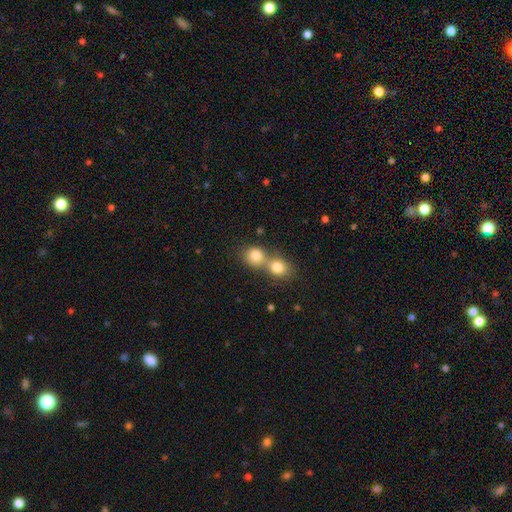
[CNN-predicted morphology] Smooth or featured?
  - smooth: 81% *
  - star or artifact: 10%
  - featured or disk: 9%
How rounded?
  - round: 78% *
  - in between: 21%
  - cigar-shaped: 1%
Merging?
  - merger: 60% *
  - none: 32%
  - minor disturbance: 5%
  - major disturbance: 3%